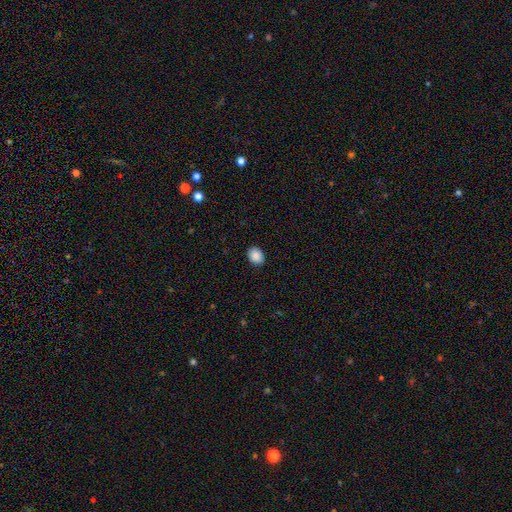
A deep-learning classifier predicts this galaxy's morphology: The model was most divided on "how rounded": in between: 62%, round: 37%, cigar-shaped: 1%. More confident: merging — none (89%); smooth or featured — smooth (89%).